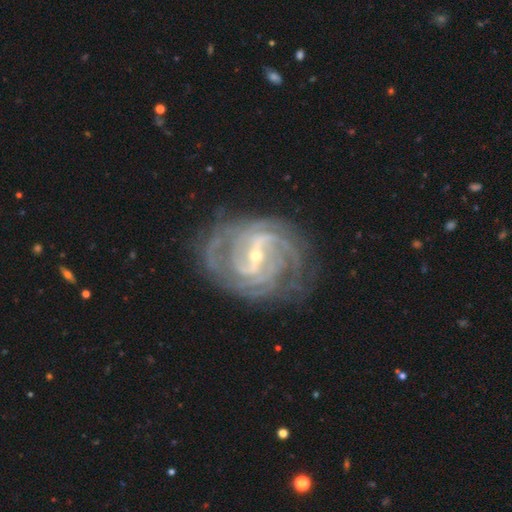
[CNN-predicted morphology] A featured or disk galaxy (92%) with a strong bar (50%), 4 (25%) tight (58%) spiral arms (98%) and a small central bulge (73%).

Vote fractions:
- Smooth or featured? featured or disk: 92% / star or artifact: 5% / smooth: 3%
- Edge-on disk? no: 97% / yes: 3%
- Bar? strong: 50% / weak: 39% / no: 11%
- Spiral arms? yes: 98% / no: 2%
- Spiral winding? tight: 58% / medium: 35% / loose: 7%
- Spiral arm count? 4: 25% / can't tell: 20% / 3: 19% / 2: 18% / more than 4: 11% / 1: 7%
- Bulge size? small: 73% / moderate: 24% / large: 1% / none: 1% / dominant: 1%
- Merging? none: 75% / minor disturbance: 16% / major disturbance: 8% / merger: 1%